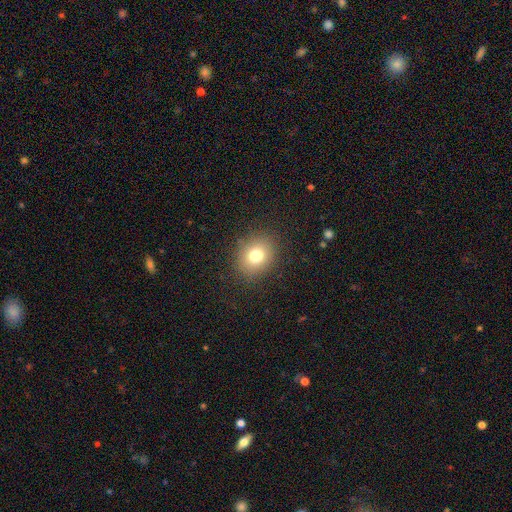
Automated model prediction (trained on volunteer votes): Smooth or featured?
  - smooth: 76% *
  - star or artifact: 14%
  - featured or disk: 10%
How rounded?
  - round: 65% *
  - in between: 34%
  - cigar-shaped: 1%
Merging?
  - none: 87% *
  - minor disturbance: 9%
  - major disturbance: 4%
  - merger: 1%